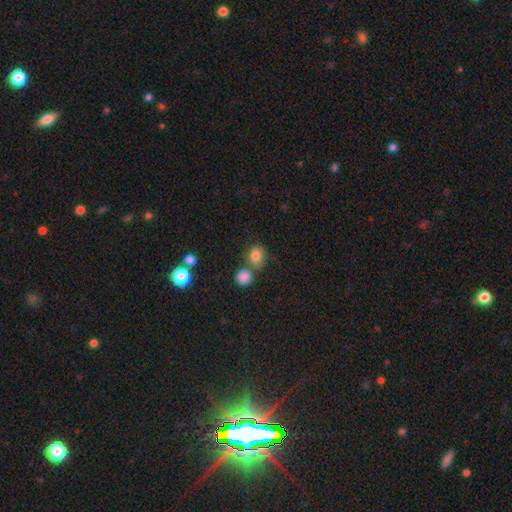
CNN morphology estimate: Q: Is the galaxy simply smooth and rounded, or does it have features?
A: smooth — 81%.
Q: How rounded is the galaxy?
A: round — 65%.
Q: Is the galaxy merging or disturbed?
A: none — 57%.